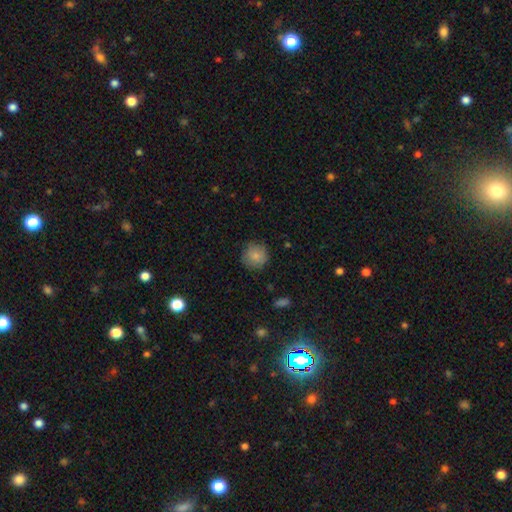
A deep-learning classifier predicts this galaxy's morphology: Overall: smooth (83%). How rounded: round (92%). Merging: none (81%).